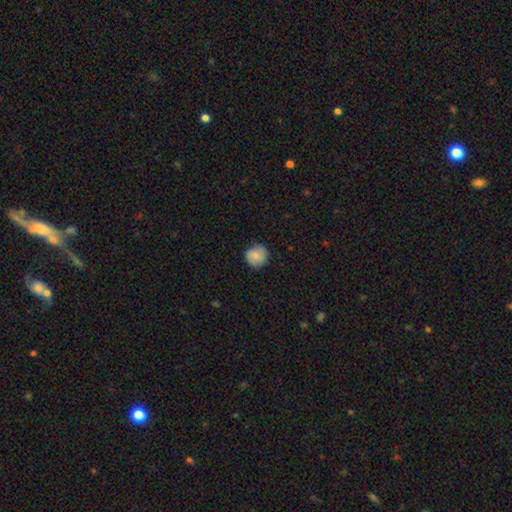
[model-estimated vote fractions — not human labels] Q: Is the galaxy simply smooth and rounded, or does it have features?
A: smooth — 78%.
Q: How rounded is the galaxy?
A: round — 92%.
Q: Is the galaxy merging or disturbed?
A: none — 85%.